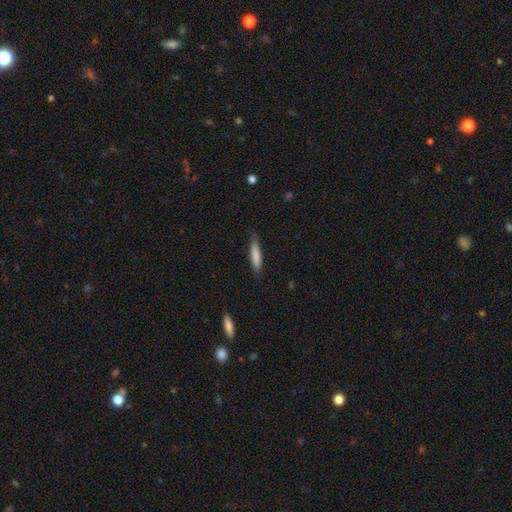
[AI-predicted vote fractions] smooth-or-featured: smooth: 81% | featured or disk: 13% | star or artifact: 6%
  how-rounded: cigar-shaped: 85% | in between: 13% | round: 1%
  merging: none: 76% | minor disturbance: 19% | major disturbance: 3% | merger: 1%